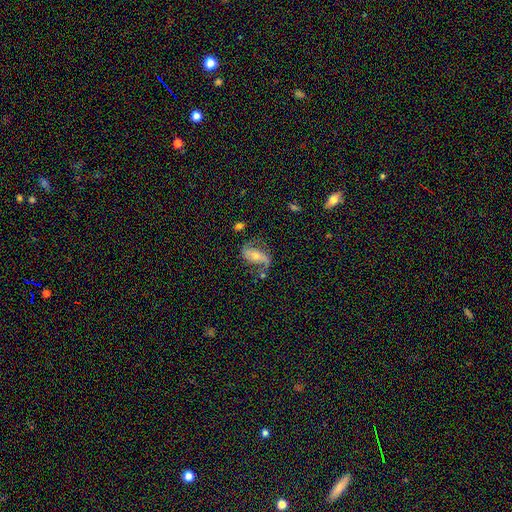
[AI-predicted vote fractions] Overall: featured or disk (72%). Edge-on disk: no (94%). Bar: no (46%; weak 30%). Spiral arms: yes (87%). Spiral arm count: 2 (84%). Spiral winding: loose (57%; medium 31%). Bulge size: moderate (60%; small 33%). Merging: none (53%; minor disturbance 22%).